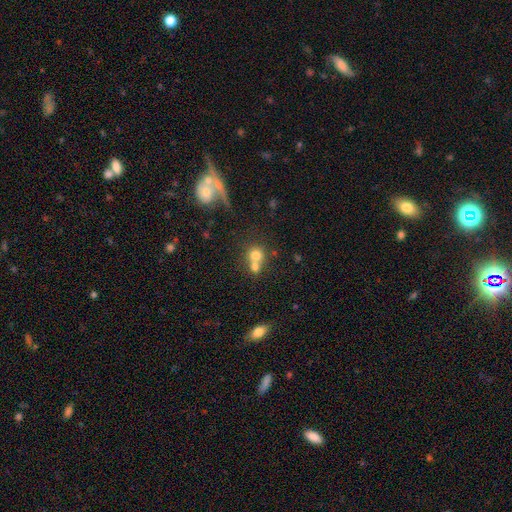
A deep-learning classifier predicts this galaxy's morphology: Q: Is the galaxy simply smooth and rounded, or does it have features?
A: smooth — 72%.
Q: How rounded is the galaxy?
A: round — 82%.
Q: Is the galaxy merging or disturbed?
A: merger — 57%.